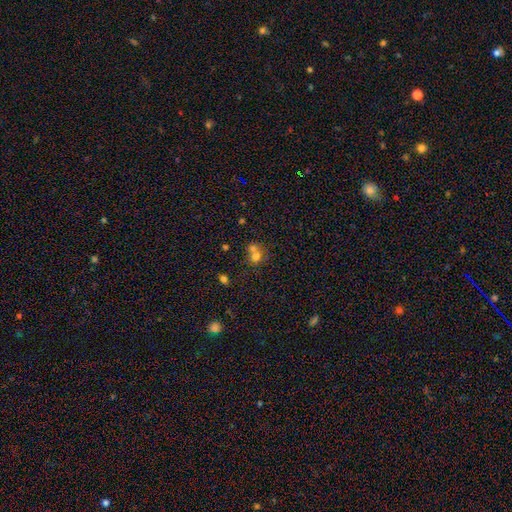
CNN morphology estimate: Smooth or featured: smooth — 68% (star or artifact — 16%)
How rounded: round — 75% (in between — 24%)
Merging: merger — 55% (none — 34%)